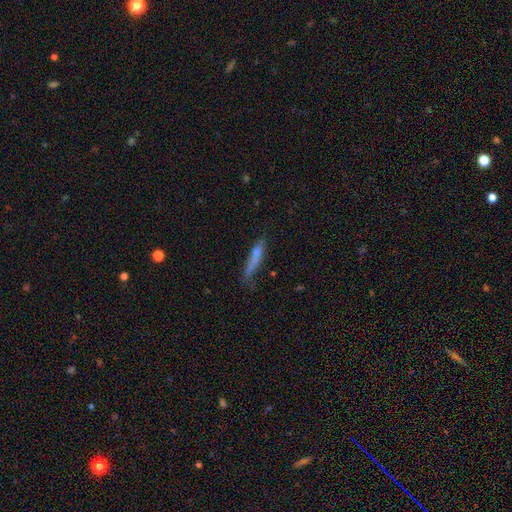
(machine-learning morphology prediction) Smooth or featured: smooth — 57% (featured or disk — 33%)
How rounded: cigar-shaped — 86% (in between — 12%)
Merging: none — 49% (minor disturbance — 26%)